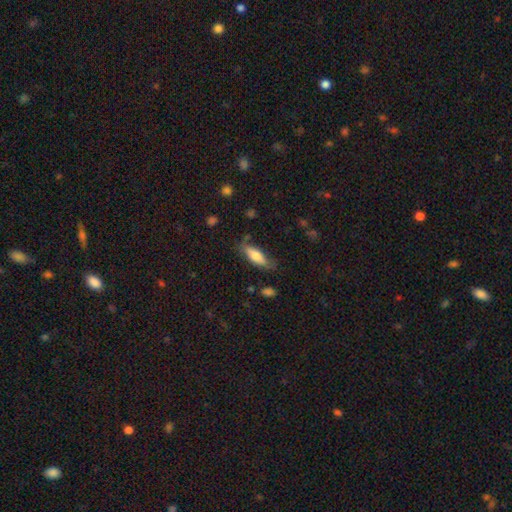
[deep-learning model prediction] smooth-or-featured: smooth: 70% | featured or disk: 24% | star or artifact: 6%
  how-rounded: in between: 60% | cigar-shaped: 38% | round: 2%
  merging: none: 69% | minor disturbance: 23% | major disturbance: 6% | merger: 3%